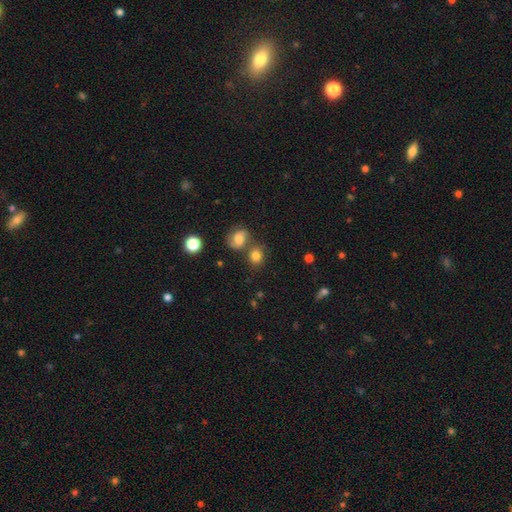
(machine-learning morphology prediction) smooth-or-featured: smooth: 76% | featured or disk: 13% | star or artifact: 11%
  how-rounded: round: 75% | in between: 24% | cigar-shaped: 1%
  merging: none: 61% | merger: 23% | minor disturbance: 12% | major disturbance: 4%